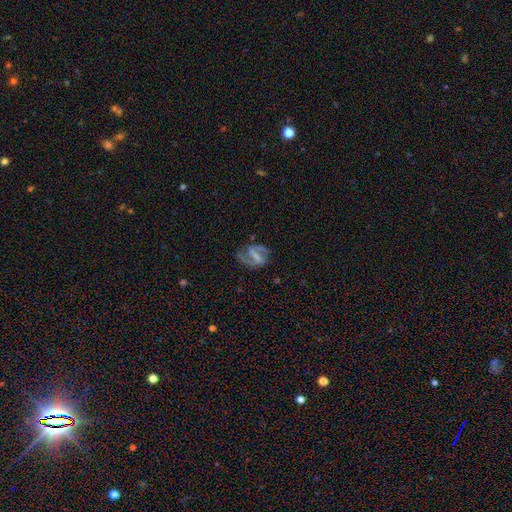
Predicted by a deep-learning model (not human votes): The model was most divided on "bulge size": none: 46%, small: 30%, moderate: 18%, large: 4%, dominant: 1%. Remaining: edge-on disk — no (97%); spiral arm count — 2 (85%); spiral arms — yes (84%); smooth or featured — featured or disk (77%); merging — none (64%); bar — strong (60%); spiral winding — medium (50%).